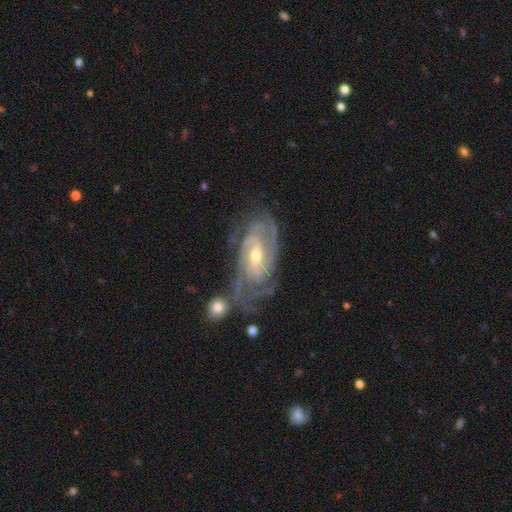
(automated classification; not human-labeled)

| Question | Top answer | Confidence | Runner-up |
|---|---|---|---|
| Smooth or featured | featured or disk | 90% | star or artifact (5%) |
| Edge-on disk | no | 95% | yes (5%) |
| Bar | weak | 44% | no (33%) |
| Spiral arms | yes | 98% | no (2%) |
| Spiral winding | tight | 69% | medium (26%) |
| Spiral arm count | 2 | 29% | tied: 3 (29%) |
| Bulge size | moderate | 54% | small (42%) |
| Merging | none | 63% | minor disturbance (20%) |